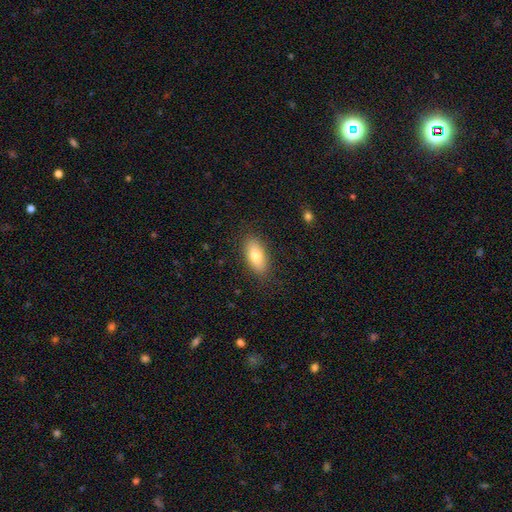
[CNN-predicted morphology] Q: Smooth or featured?
A: smooth (78%); runner-up: featured or disk (15%)
Q: How rounded?
A: in between (88%); runner-up: cigar-shaped (8%)
Q: Merging?
A: none (86%); runner-up: minor disturbance (10%)